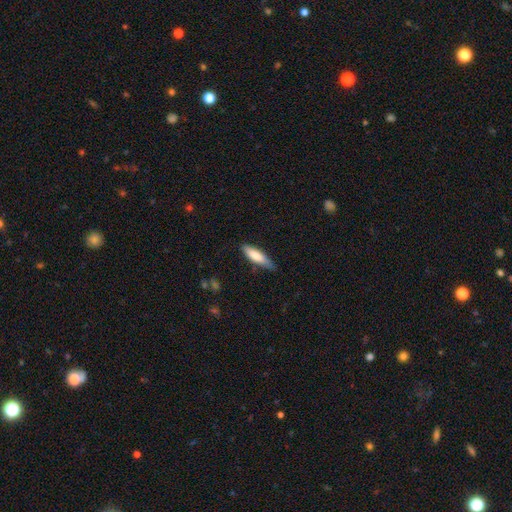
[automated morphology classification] Smooth or featured? smooth (76%)
How rounded? cigar-shaped (63%)
Merging? none (70%)